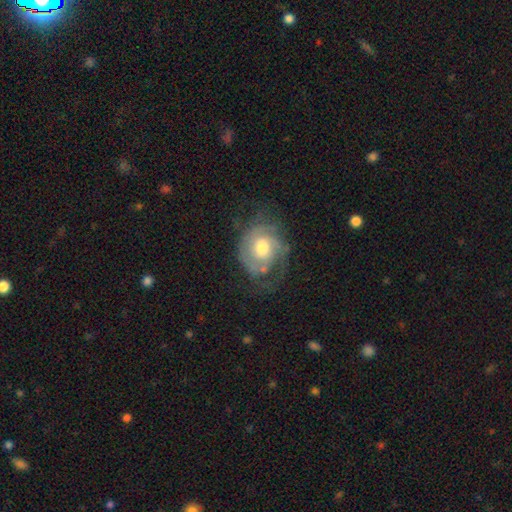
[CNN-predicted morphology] Overall: featured or disk (75%). Edge-on disk: no (97%). Bar: no (71%). Spiral arms: yes (88%). Spiral arm count: 2 (35%; can't tell 33%). Spiral winding: tight (56%; medium 33%). Bulge size: moderate (69%). Merging: none (64%).